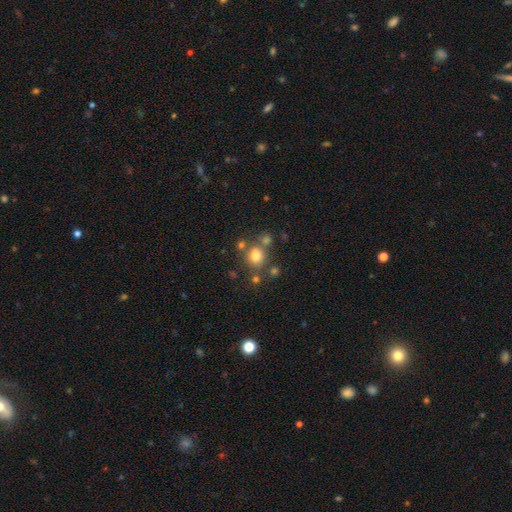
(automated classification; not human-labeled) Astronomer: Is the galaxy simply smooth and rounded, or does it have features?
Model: smooth — 76%.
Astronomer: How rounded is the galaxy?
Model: round — 79%.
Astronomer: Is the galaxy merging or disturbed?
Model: none — 67%.